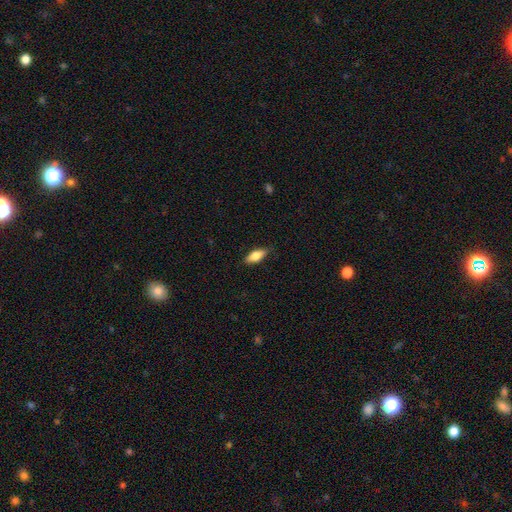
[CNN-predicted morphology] This is likely a smooth galaxy (72%). How rounded: likely in between (76%). Merging: clearly none (81%).